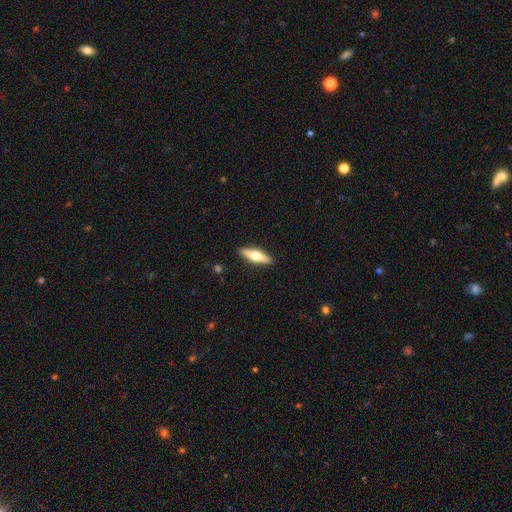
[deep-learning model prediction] Overall: featured or disk (49%; smooth 46%). Merging: none (90%).